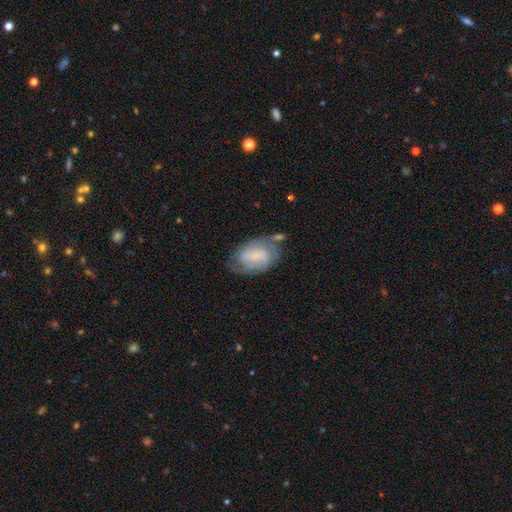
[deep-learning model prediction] Morphology: type=featured or disk (66%); edge-on=no (97%); bar=weak (44%); spiral arms=yes (88%); winding=tight (43%); arm count=2 (59%); bulge=small (54%); merging=none (56%).